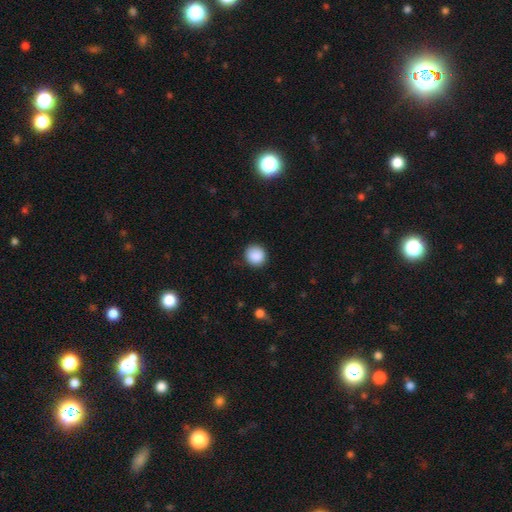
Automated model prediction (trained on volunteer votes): Smooth or featured?
  - smooth: 89% *
  - star or artifact: 8%
  - featured or disk: 3%
How rounded?
  - round: 89% *
  - in between: 10%
  - cigar-shaped: 1%
Merging?
  - none: 87% *
  - minor disturbance: 10%
  - major disturbance: 3%
  - merger: 1%